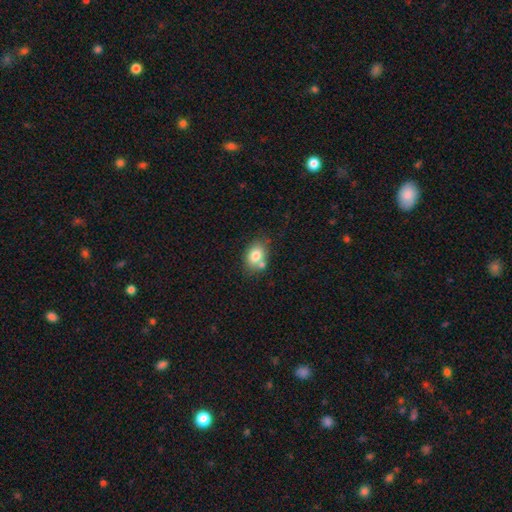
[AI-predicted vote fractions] Overall: smooth (78%). How rounded: in between (72%). Merging: none (61%).